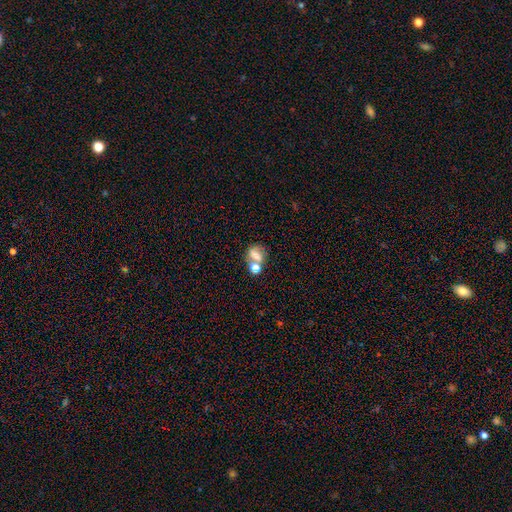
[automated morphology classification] type=smooth (61%); roundness=in between (53%); merging=none (42%).